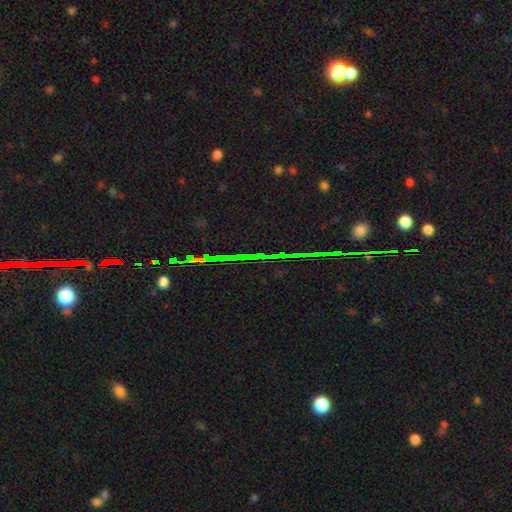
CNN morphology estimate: smooth-or-featured: star or artifact: 79% | featured or disk: 12% | smooth: 9%